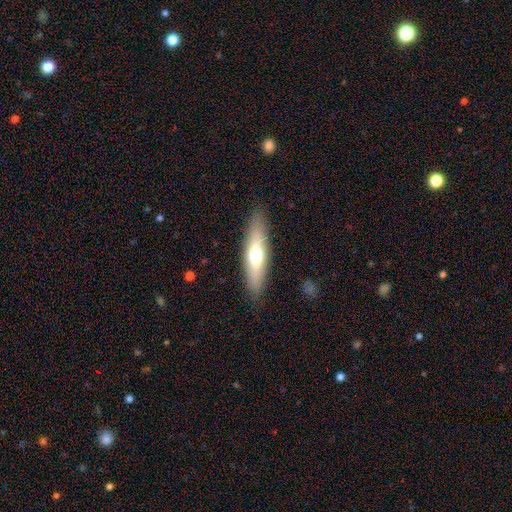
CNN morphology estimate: A smooth galaxy with no disk features (53%) that is cigar-shaped (65%). Merging: none (88%).